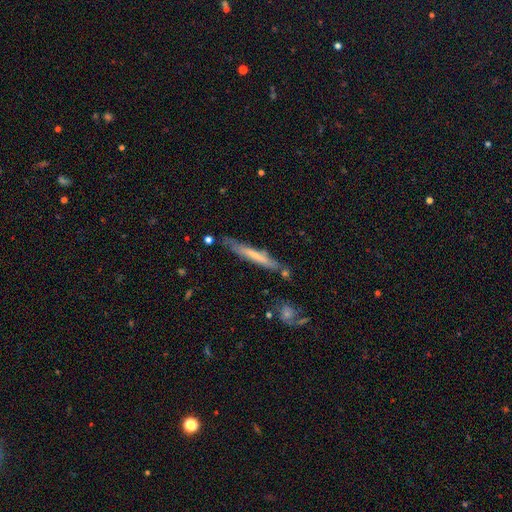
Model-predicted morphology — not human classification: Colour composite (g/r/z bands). It shows a smooth galaxy with no disk features (48%). Merging: none (69%).